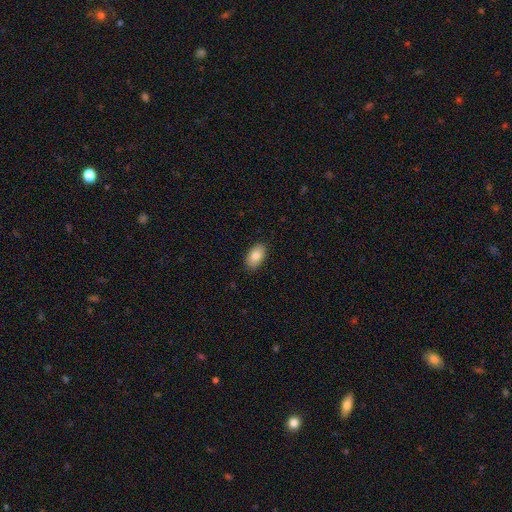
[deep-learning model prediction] Smooth or featured? Predicted: smooth (p=0.85). How rounded? Predicted: in between (p=0.93). Merging? Predicted: none (p=0.88).